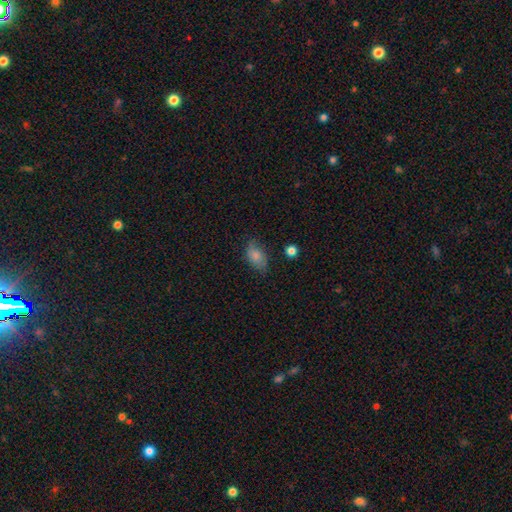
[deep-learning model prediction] Smooth or featured: smooth — 79% (featured or disk — 13%)
How rounded: in between — 90% (round — 8%)
Merging: none — 69% (minor disturbance — 24%)